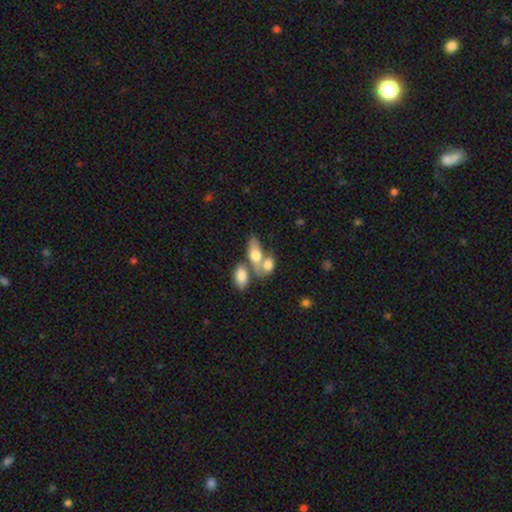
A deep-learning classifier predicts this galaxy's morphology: Overall: smooth (70%). How rounded: in between (85%). Merging: merger (57%; none 26%).